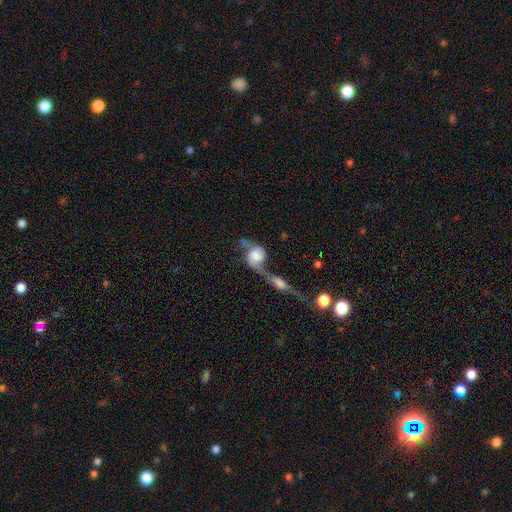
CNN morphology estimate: Smooth or featured: featured or disk — 59% (smooth — 33%)
Edge-on disk: no — 92% (yes — 8%)
Bar: no — 68% (weak — 24%)
Spiral arms: yes — 80% (no — 20%)
Bulge size: large — 36% (none — 19%)
Merging: merger — 67% (none — 13%)